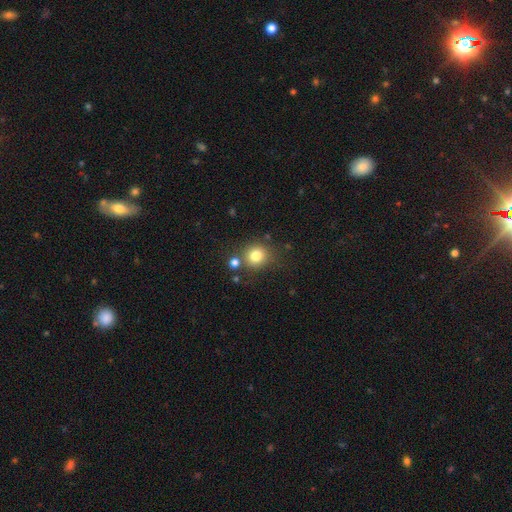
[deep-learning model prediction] Smooth or featured: smooth — 80% (star or artifact — 12%)
How rounded: round — 88% (in between — 11%)
Merging: none — 73% (merger — 12%)